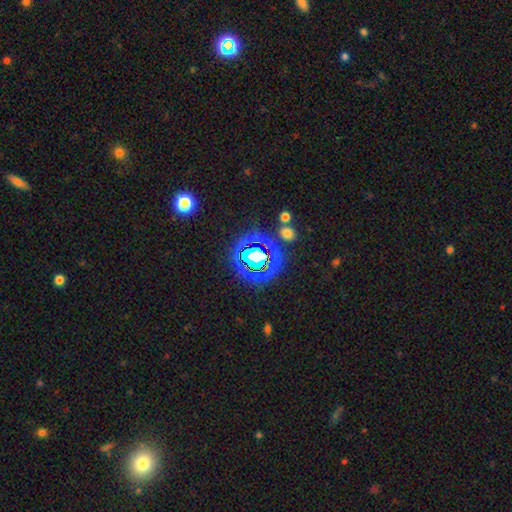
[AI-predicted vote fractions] Smooth or featured? star or artifact (69%)